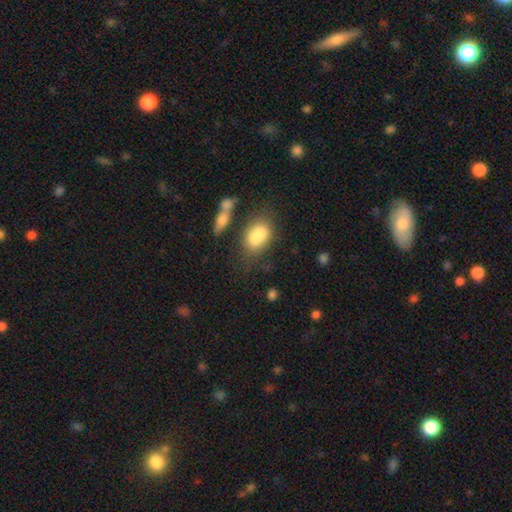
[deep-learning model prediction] Morphology: type=smooth (71%); roundness=in between (82%); merging=none (73%).